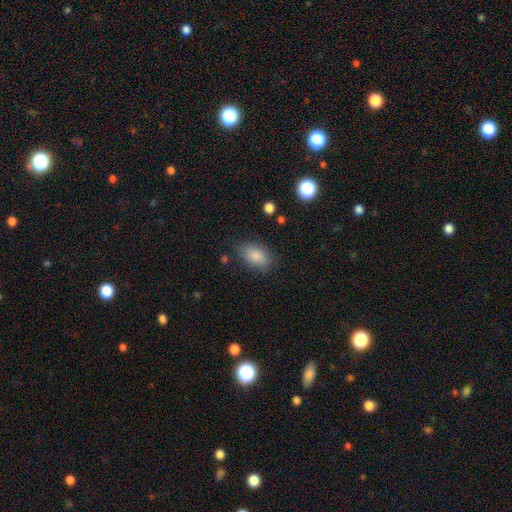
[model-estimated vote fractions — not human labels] The model was most divided on "merging": none: 79%, minor disturbance: 15%, major disturbance: 4%, merger: 2%. More confident: how rounded — in between (90%); smooth or featured — smooth (86%).